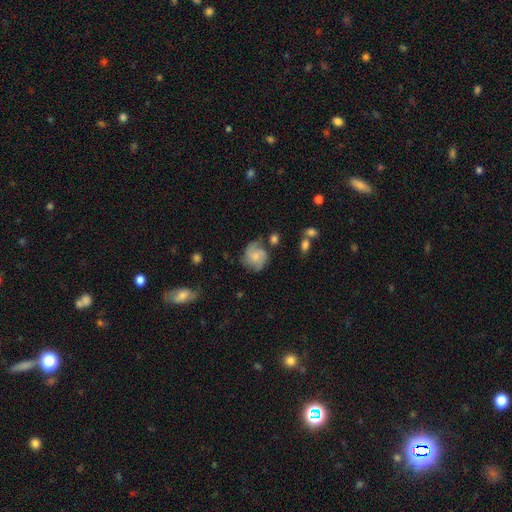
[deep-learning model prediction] A featured or disk galaxy (54%) with no bar (72%), spiral arms (86%) and a small central bulge (45%). Merging: none (58%).